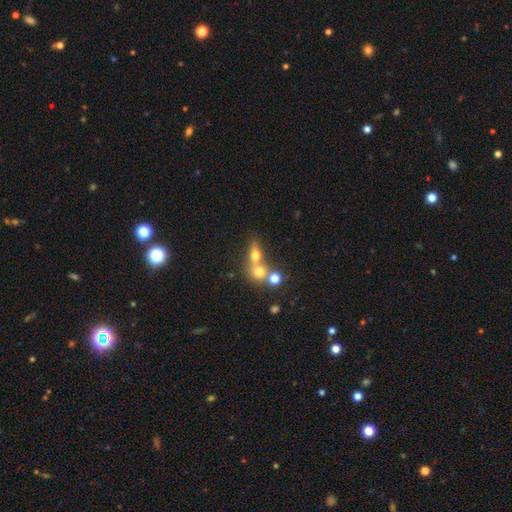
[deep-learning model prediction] smooth 66%, featured or disk 20%, star or artifact 14%. Down the decision tree: how rounded — round (48%); merging — merger (56%).